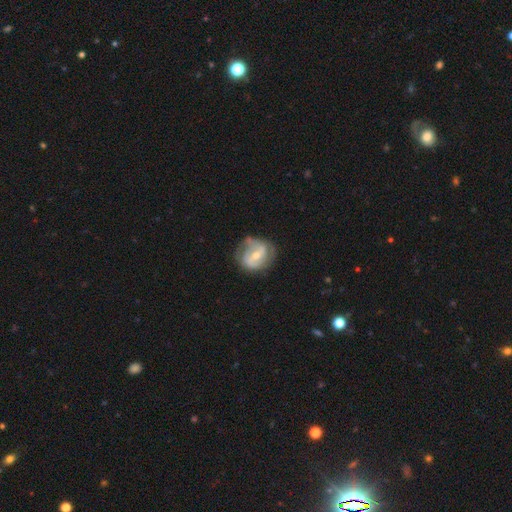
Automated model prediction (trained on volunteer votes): Smooth or featured? Predicted: featured or disk (p=0.74). Edge-on disk? Predicted: no (p=0.97). Bar? Predicted: weak (p=0.46). Spiral arms? Predicted: yes (p=0.79). Spiral winding? Predicted: medium (p=0.41). Spiral arm count? Predicted: 2 (p=0.65). Bulge size? Predicted: moderate (p=0.58). Merging? Predicted: none (p=0.61).